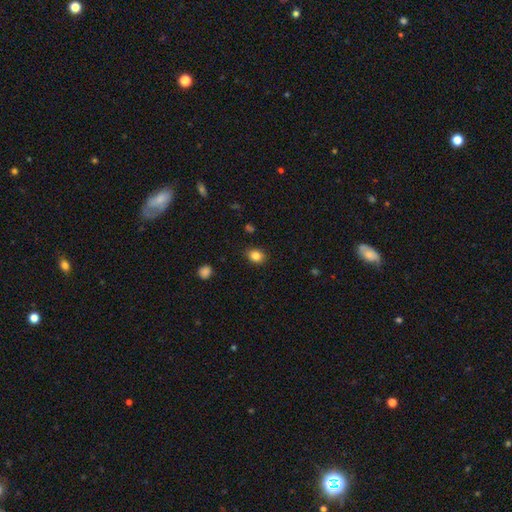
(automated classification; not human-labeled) Smooth or featured? Predicted: smooth (p=0.84). How rounded? Predicted: in between (p=0.50). Merging? Predicted: none (p=0.88).